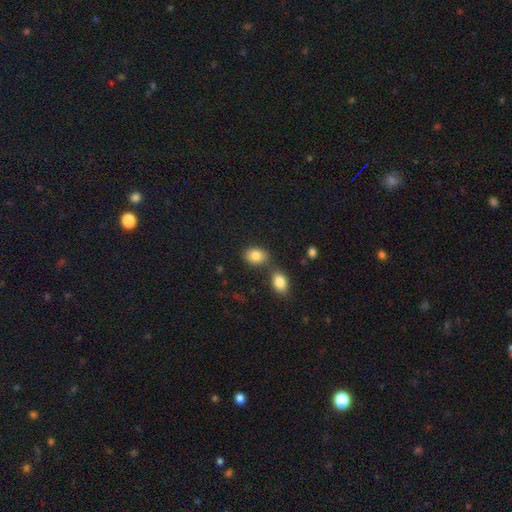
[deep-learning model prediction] smooth-or-featured: smooth: 84% | star or artifact: 9% | featured or disk: 7%
  how-rounded: in between: 72% | round: 27% | cigar-shaped: 1%
  merging: none: 59% | merger: 25% | minor disturbance: 12% | major disturbance: 4%